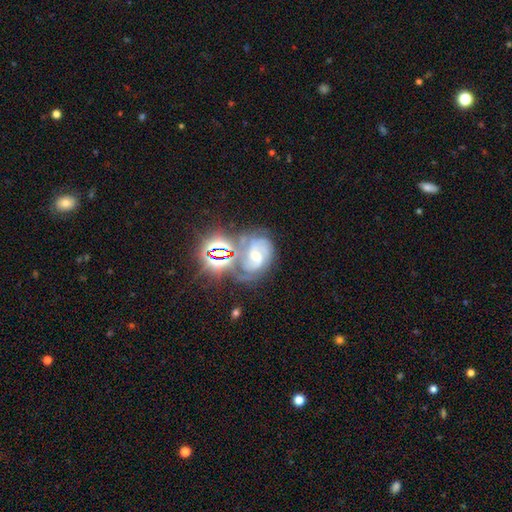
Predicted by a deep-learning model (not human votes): Smooth or featured?
  - featured or disk: 61% *
  - star or artifact: 28%
  - smooth: 11%
Edge-on disk?
  - no: 97% *
  - yes: 3%
Bar?
  - no: 43% *
  - weak: 39%
  - strong: 18%
Spiral arms?
  - yes: 93% *
  - no: 7%
Spiral winding?
  - tight: 52% *
  - medium: 39%
  - loose: 8%
Spiral arm count?
  - 2: 38% *
  - 3: 25%
  - can't tell: 22%
  - 1: 5%
  - 4: 5%
  - more than 4: 4%
Bulge size?
  - moderate: 57% *
  - small: 34%
  - large: 4%
  - none: 2%
  - dominant: 2%
Merging?
  - none: 53% *
  - minor disturbance: 18%
  - merger: 17%
  - major disturbance: 12%